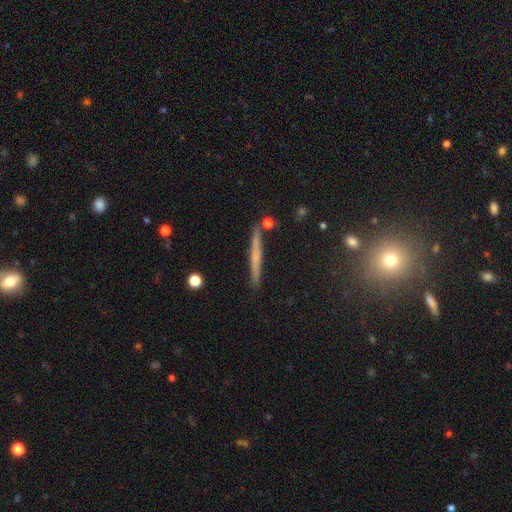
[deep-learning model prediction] This appears to be a featured or disk galaxy (51%) viewed edge-on (96%). Merging: none (87%).